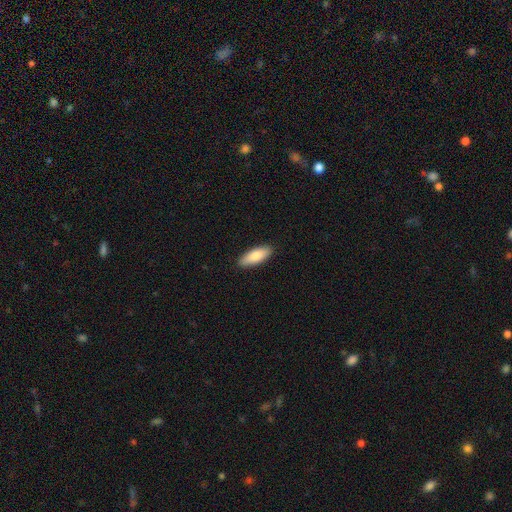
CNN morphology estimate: Smooth or featured? smooth (83%)
How rounded? in between (72%)
Merging? none (90%)